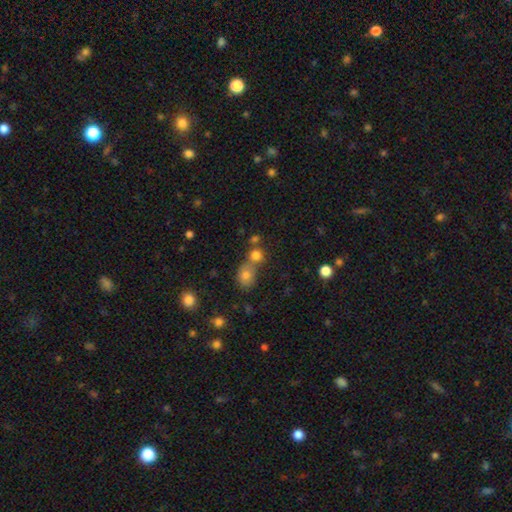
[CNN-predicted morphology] This is likely a smooth galaxy (77%). How rounded: clearly round (83%). Merging: possibly none (47%).